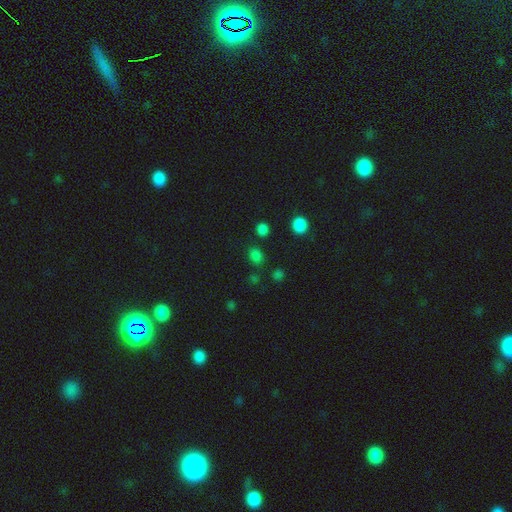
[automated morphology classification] Smooth or featured? smooth (75%)
How rounded? round (56%)
Merging? none (80%)